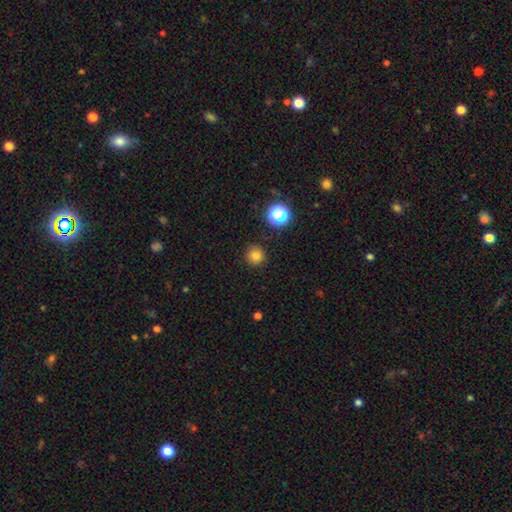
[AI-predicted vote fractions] Q: Smooth or featured?
A: smooth (80%); runner-up: star or artifact (15%)
Q: How rounded?
A: round (94%); runner-up: in between (5%)
Q: Merging?
A: none (90%); runner-up: minor disturbance (7%)